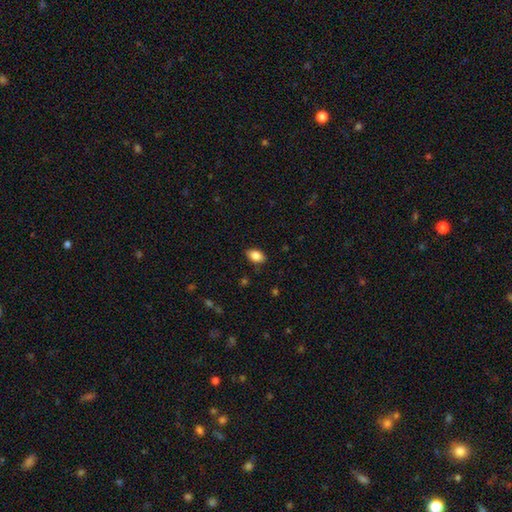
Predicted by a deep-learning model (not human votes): This appears to be a smooth galaxy with no disk features (86%) that is in between round and cigar-shaped (86%). Merging: none (86%).